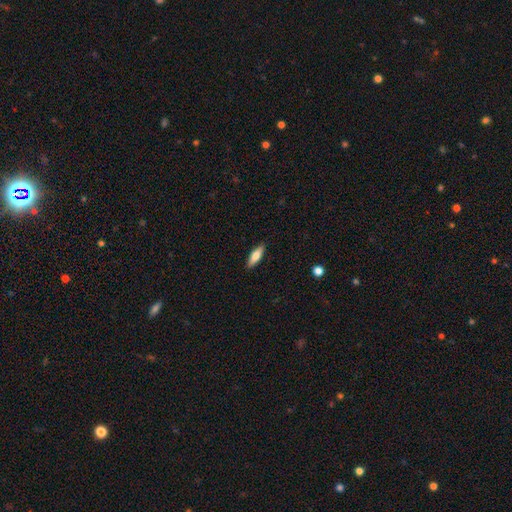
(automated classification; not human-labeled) Overall: smooth (71%). How rounded: cigar-shaped (50%; in between 48%). Merging: none (89%).